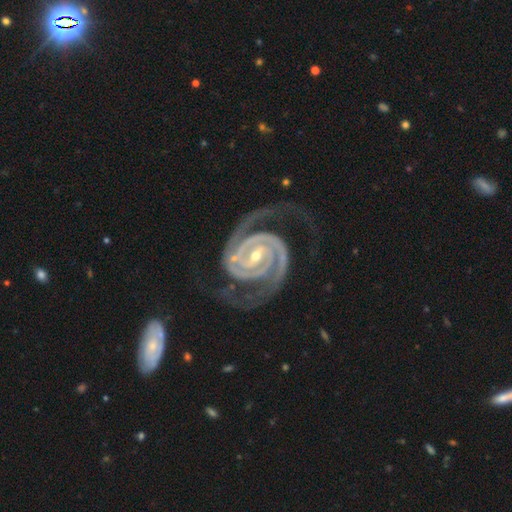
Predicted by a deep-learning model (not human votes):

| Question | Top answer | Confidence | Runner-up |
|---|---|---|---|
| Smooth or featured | featured or disk | 95% | star or artifact (3%) |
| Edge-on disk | no | 98% | yes (2%) |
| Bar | strong | 40% | tied: weak (40%) |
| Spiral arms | yes | 99% | no (1%) |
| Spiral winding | tight | 68% | medium (27%) |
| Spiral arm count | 2 | 89% | 3 (5%) |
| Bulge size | small | 50% | moderate (47%) |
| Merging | none | 72% | minor disturbance (15%) |